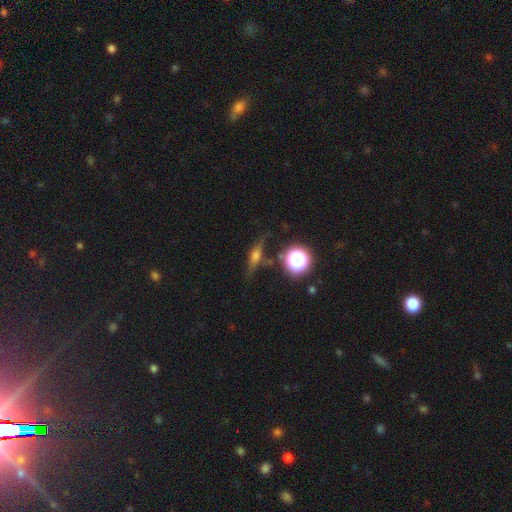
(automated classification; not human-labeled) Smooth or featured? featured or disk (51%)
Edge-on disk? yes (89%)
Merging? none (75%)